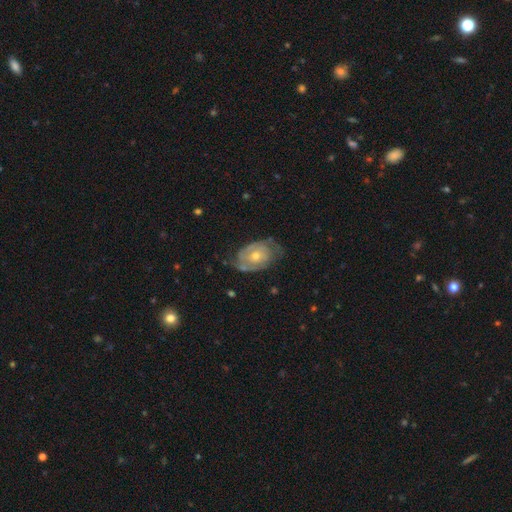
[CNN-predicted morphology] Smooth or featured?
  - featured or disk: 75% *
  - smooth: 19%
  - star or artifact: 6%
Edge-on disk?
  - no: 95% *
  - yes: 5%
Bar?
  - no: 77% *
  - weak: 19%
  - strong: 4%
Spiral arms?
  - yes: 80% *
  - no: 20%
Spiral winding?
  - tight: 56% *
  - medium: 31%
  - loose: 13%
Spiral arm count?
  - 2: 58% *
  - can't tell: 27%
  - 3: 5%
  - 1: 5%
  - 4: 2%
  - more than 4: 2%
Bulge size?
  - moderate: 59% *
  - small: 37%
  - large: 2%
  - none: 1%
  - dominant: 1%
Merging?
  - none: 63% *
  - minor disturbance: 24%
  - major disturbance: 11%
  - merger: 2%